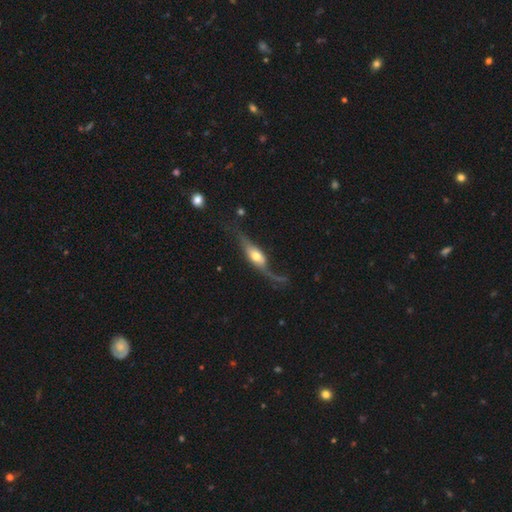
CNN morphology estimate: Smooth or featured? featured or disk (64%)
Edge-on disk? yes (56%)
Merging? none (42%)